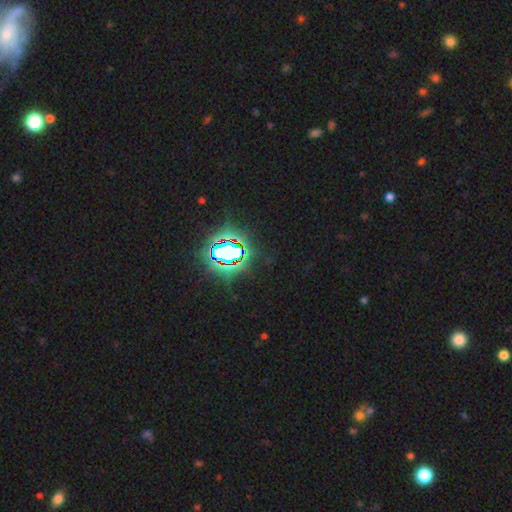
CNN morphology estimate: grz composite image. It shows a star or artifact, not a galaxy (82%).